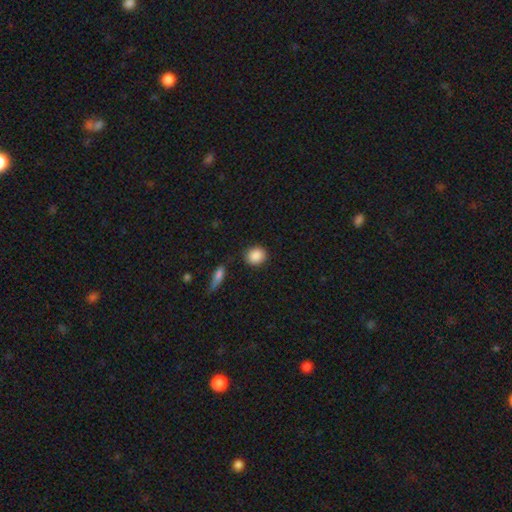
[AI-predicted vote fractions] Smooth or featured? smooth (88%)
How rounded? round (79%)
Merging? none (86%)